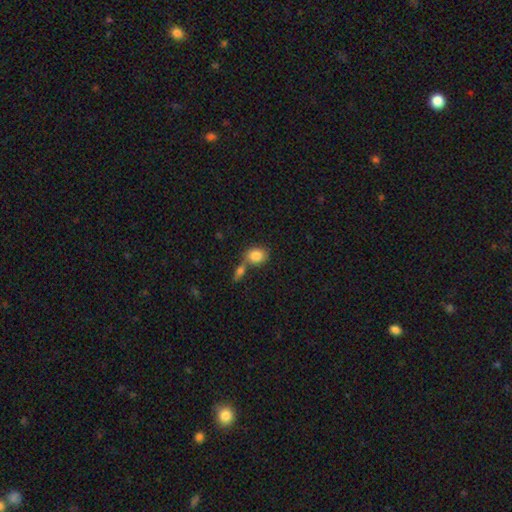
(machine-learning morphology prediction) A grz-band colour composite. It shows a smooth galaxy with no disk features (85%) that is in between round and cigar-shaped (55%). Merging: none (49%).